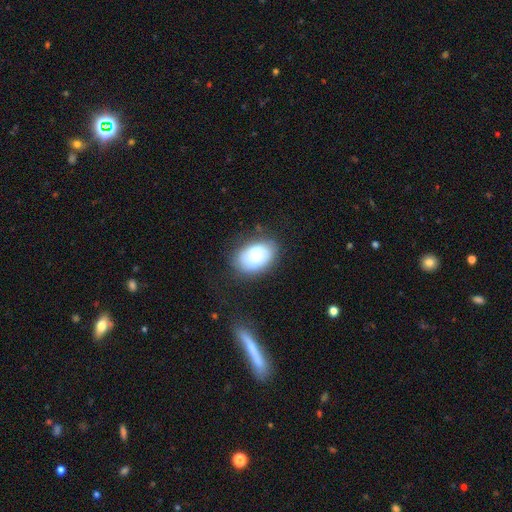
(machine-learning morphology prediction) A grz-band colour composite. It shows a smooth galaxy with no disk features (81%) that is in between round and cigar-shaped (85%). Merging: none (72%).